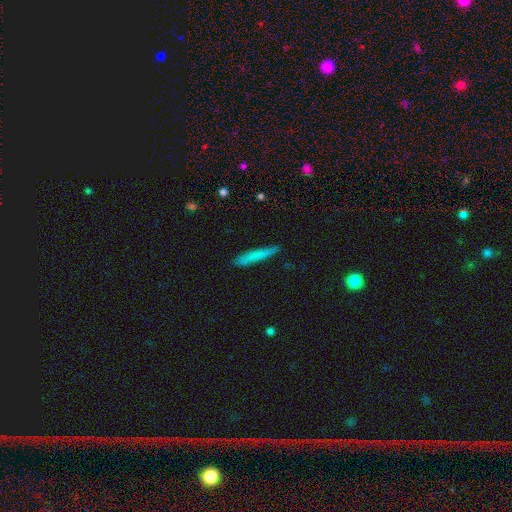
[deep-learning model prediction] smooth_or_featured: smooth (p=0.73) [alt: featured or disk p=0.20]
how_rounded: cigar-shaped (p=0.95) [alt: in between p=0.04]
merging: none (p=0.85) [alt: minor disturbance p=0.12]